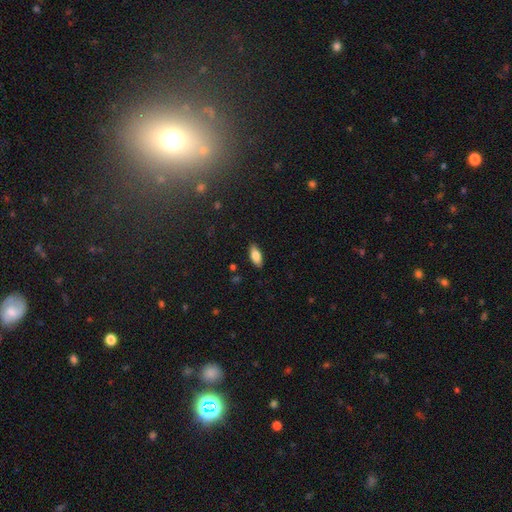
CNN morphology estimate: This is clearly a smooth galaxy (80%). How rounded: clearly in between (84%). Merging: clearly none (88%).